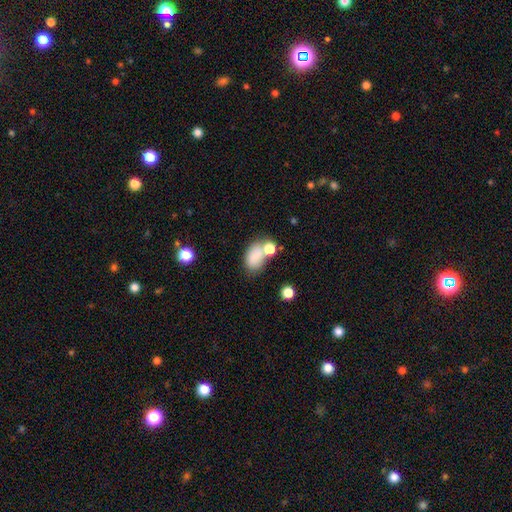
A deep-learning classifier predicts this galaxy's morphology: smooth 80%, star or artifact 11%, featured or disk 9%. Down the decision tree: how rounded — in between (84%); merging — none (46%).